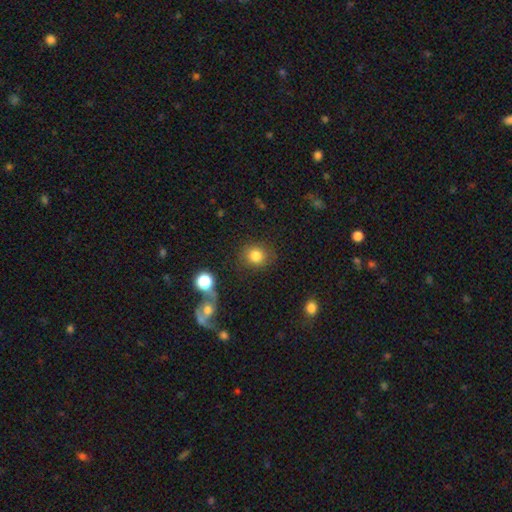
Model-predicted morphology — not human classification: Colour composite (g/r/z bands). It shows a smooth galaxy with no disk features (83%) that is round (82%). Merging: none (81%).